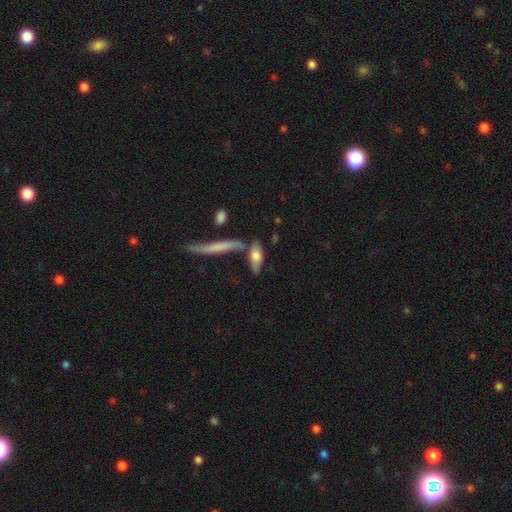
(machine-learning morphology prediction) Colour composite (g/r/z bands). It shows a smooth galaxy with no disk features (60%) that is in between round and cigar-shaped (56%). Merging: none (54%).